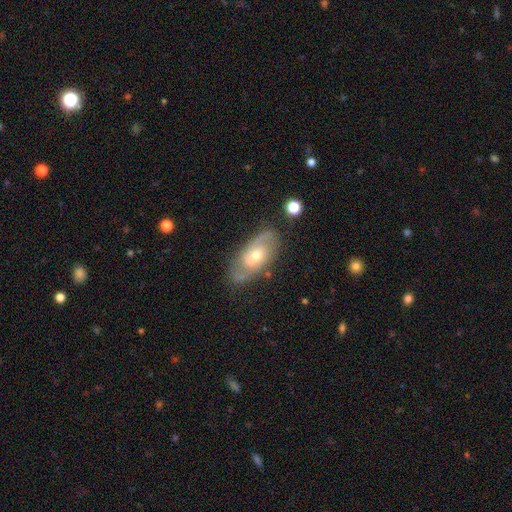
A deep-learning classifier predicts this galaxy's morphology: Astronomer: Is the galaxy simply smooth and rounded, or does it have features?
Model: featured or disk — 75%.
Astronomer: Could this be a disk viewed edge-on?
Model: no — 92%.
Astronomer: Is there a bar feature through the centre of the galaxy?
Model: no — 65%.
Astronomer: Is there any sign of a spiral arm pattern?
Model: yes — 85%.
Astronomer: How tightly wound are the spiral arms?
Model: medium — 45% (runner-up: tight, 38%).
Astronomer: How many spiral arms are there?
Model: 2 — 73%.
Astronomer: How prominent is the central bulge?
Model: moderate — 60%.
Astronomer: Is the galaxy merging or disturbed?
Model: none — 73%.